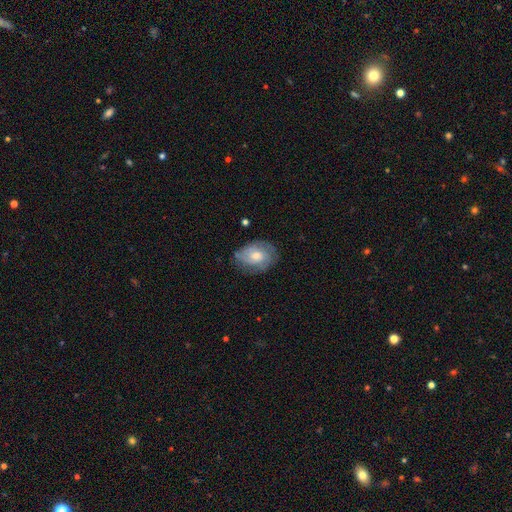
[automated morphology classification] A featured or disk galaxy (55%) with no bar (77%), spiral arms (81%) and a moderate central bulge (60%).

Vote fractions:
- Smooth or featured? featured or disk: 55% / smooth: 38% / star or artifact: 7%
- Edge-on disk? no: 96% / yes: 4%
- Bar? no: 77% / weak: 21% / strong: 3%
- Spiral arms? yes: 81% / no: 19%
- Bulge size? moderate: 60% / small: 29% / large: 7% / none: 2% / dominant: 1%
- Merging? none: 69% / minor disturbance: 23% / major disturbance: 7% / merger: 1%